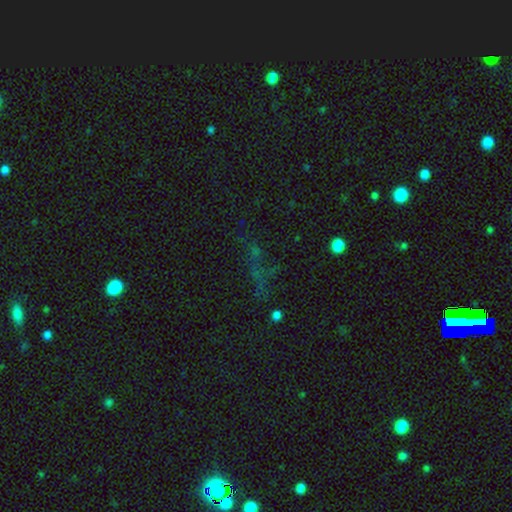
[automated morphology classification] This appears to be a star or artifact, not a galaxy (64%).